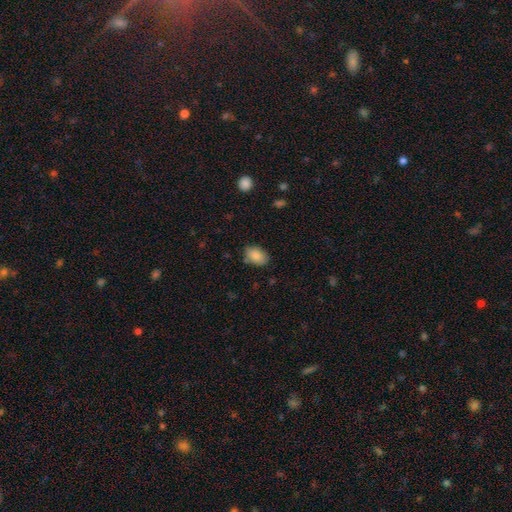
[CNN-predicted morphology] Q: Smooth or featured?
A: smooth (86%); runner-up: star or artifact (7%)
Q: How rounded?
A: in between (85%); runner-up: round (14%)
Q: Merging?
A: none (79%); runner-up: minor disturbance (15%)